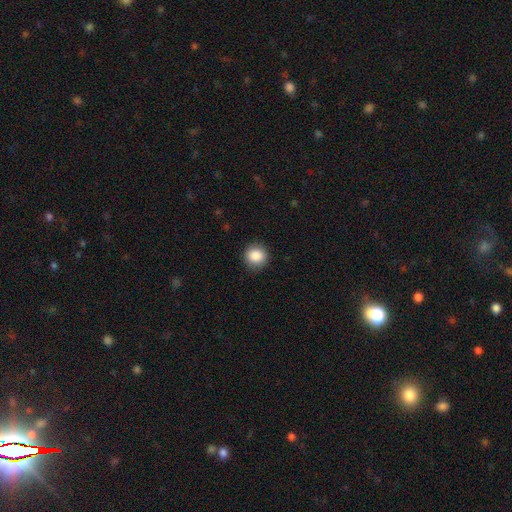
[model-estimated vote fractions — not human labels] Smooth or featured: smooth — 88% (star or artifact — 9%)
How rounded: round — 90% (in between — 9%)
Merging: none — 89% (minor disturbance — 8%)